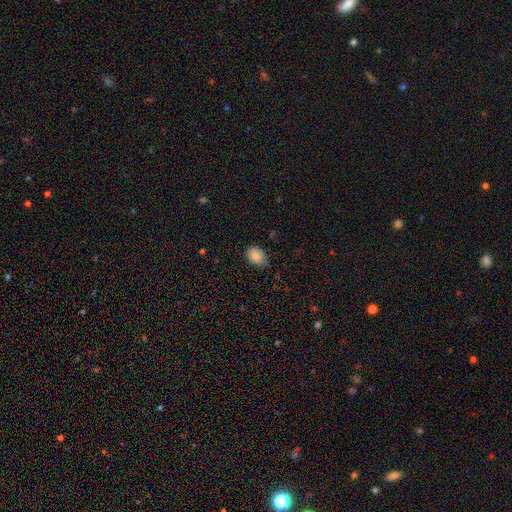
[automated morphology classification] Smooth or featured? smooth (84%)
How rounded? in between (76%)
Merging? none (77%)